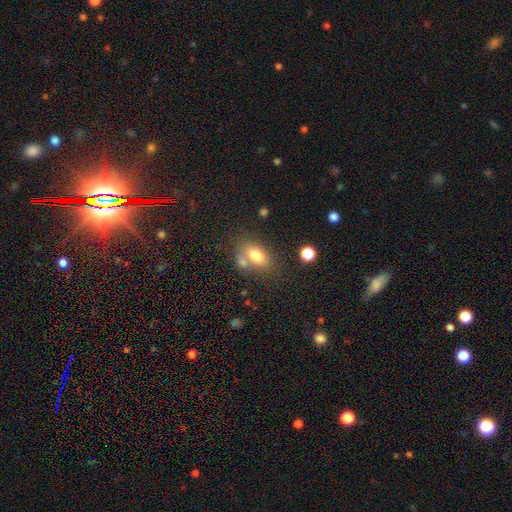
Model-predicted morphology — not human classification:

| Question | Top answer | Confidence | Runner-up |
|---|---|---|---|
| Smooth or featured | smooth | 75% | featured or disk (15%) |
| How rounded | in between | 83% | round (14%) |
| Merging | none | 49% | merger (30%) |